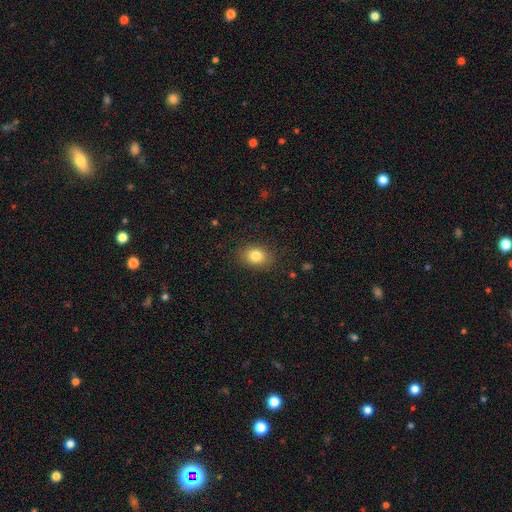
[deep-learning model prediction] Smooth or featured?
  - smooth: 83% *
  - star or artifact: 10%
  - featured or disk: 7%
How rounded?
  - in between: 65% *
  - round: 34%
  - cigar-shaped: 1%
Merging?
  - none: 86% *
  - minor disturbance: 10%
  - major disturbance: 3%
  - merger: 1%